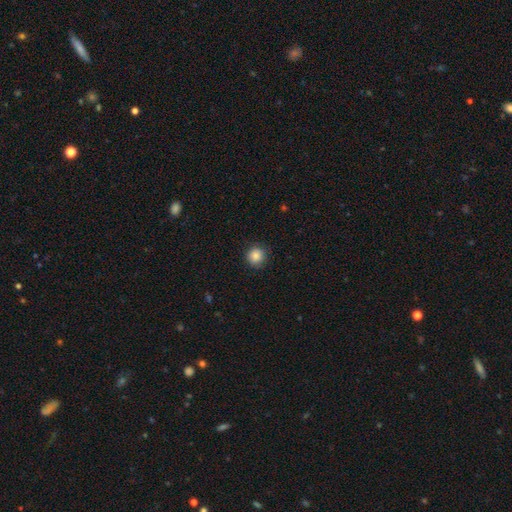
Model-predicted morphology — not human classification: This is clearly a smooth galaxy (86%). How rounded: clearly round (93%). Merging: clearly none (87%).